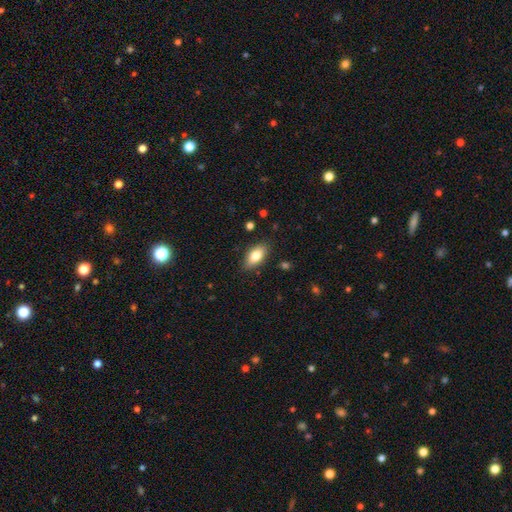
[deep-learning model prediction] Overall: smooth (80%). How rounded: in between (90%). Merging: none (86%).